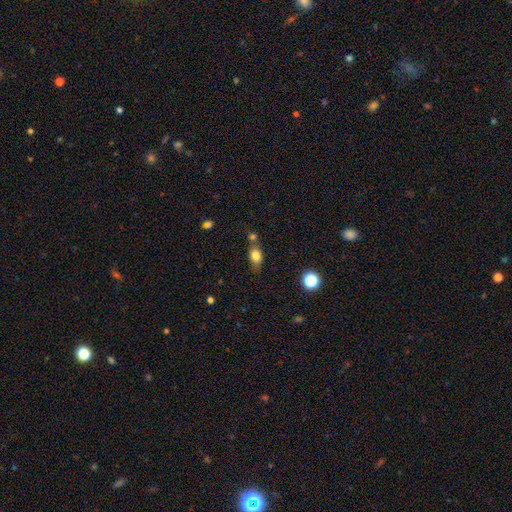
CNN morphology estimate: type=smooth (79%); roundness=in between (69%); merging=none (57%).